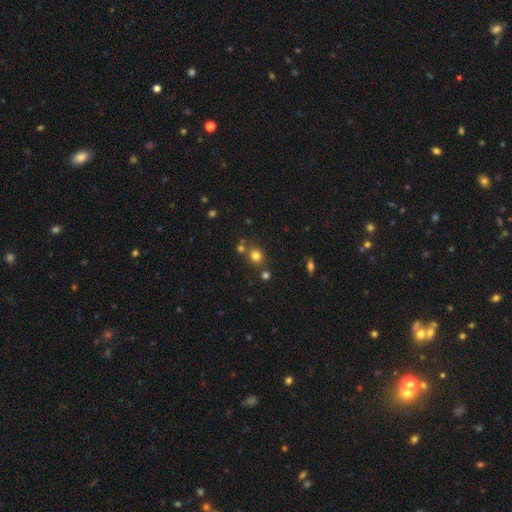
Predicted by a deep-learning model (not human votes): Morphology: type=smooth (77%); roundness=round (81%); merging=none (72%).